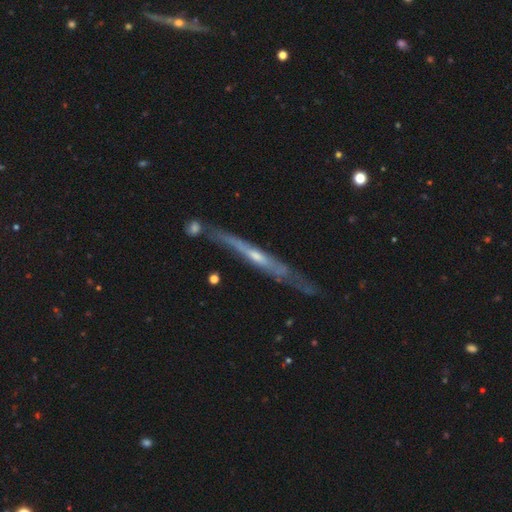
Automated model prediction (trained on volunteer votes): A featured or disk galaxy (77%) viewed edge-on (88%) with no central bulge (48%).

Vote fractions:
- Smooth or featured? featured or disk: 77% / smooth: 18% / star or artifact: 5%
- Edge-on disk? yes: 88% / no: 12%
- Edge-on bulge? none: 48% / rounded: 44% / boxy: 7%
- Merging? none: 67% / minor disturbance: 21% / major disturbance: 6% / merger: 6%